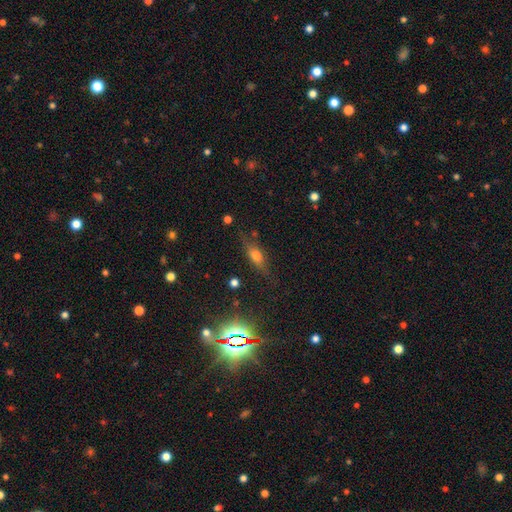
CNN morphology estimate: Smooth or featured?
  - smooth: 49% *
  - featured or disk: 30%
  - star or artifact: 21%
Merging?
  - none: 75% *
  - minor disturbance: 17%
  - major disturbance: 6%
  - merger: 2%